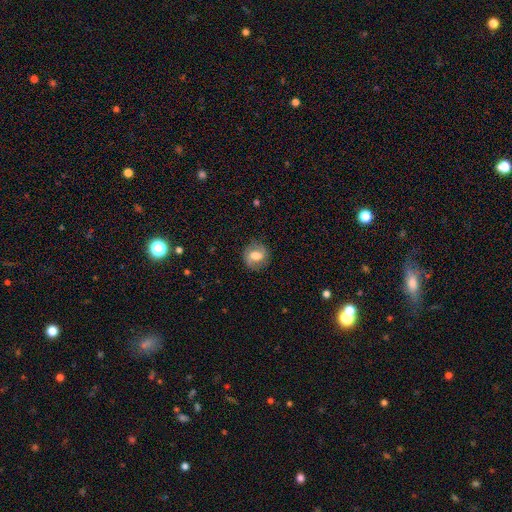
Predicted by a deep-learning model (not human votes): The model was most divided on "smooth or featured": smooth: 47%, featured or disk: 45%, star or artifact: 8%. More confident: merging — none (80%).